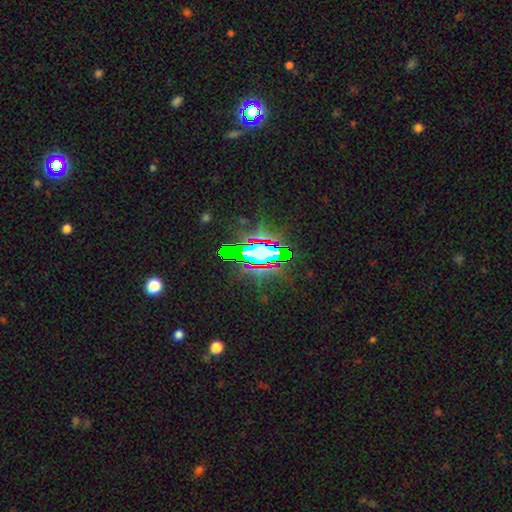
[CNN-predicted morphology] smooth-or-featured: star or artifact: 72% | featured or disk: 14% | smooth: 14%